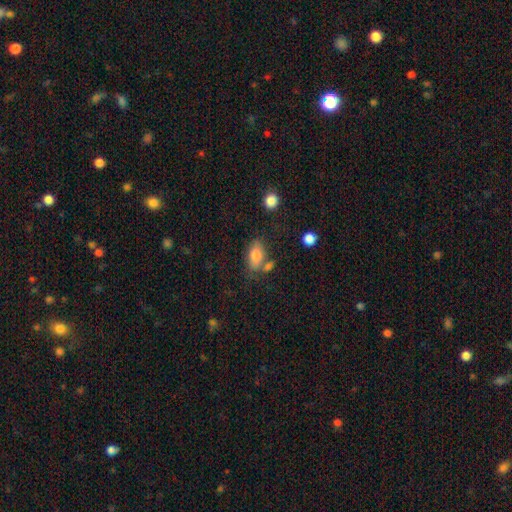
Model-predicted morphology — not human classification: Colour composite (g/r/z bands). It shows a smooth galaxy with no disk features (79%) that is in between round and cigar-shaped (88%). Merging: none (61%).